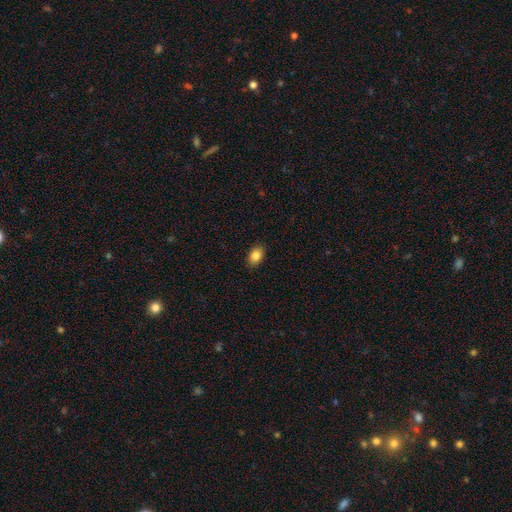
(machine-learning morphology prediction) Smooth or featured? Predicted: smooth (p=0.86). How rounded? Predicted: in between (p=0.84). Merging? Predicted: none (p=0.89).